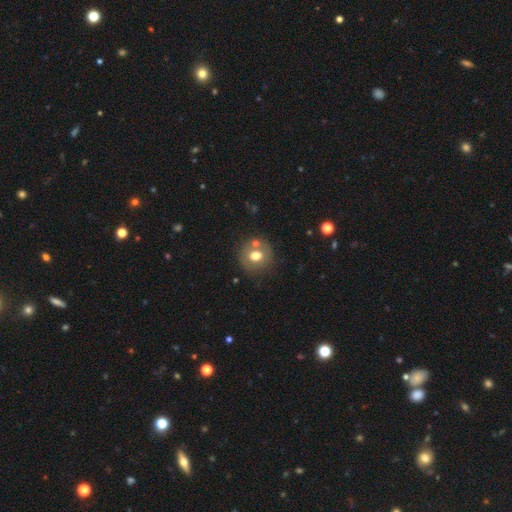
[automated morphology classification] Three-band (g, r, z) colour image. It shows a smooth galaxy with no disk features (69%) that is round (83%). Merging: none (72%).